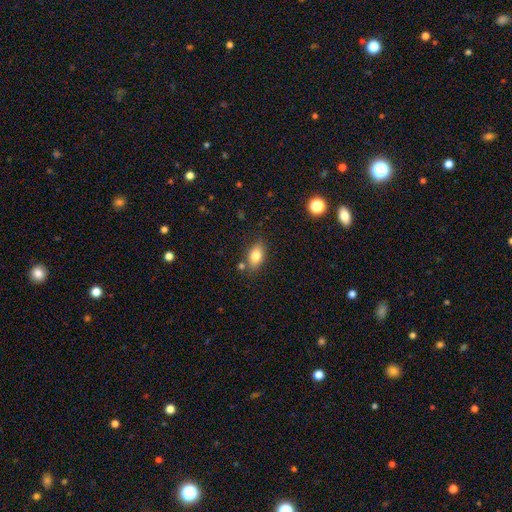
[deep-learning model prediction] Smooth or featured: smooth — 79% (featured or disk — 13%)
How rounded: in between — 85% (round — 11%)
Merging: none — 77% (minor disturbance — 14%)